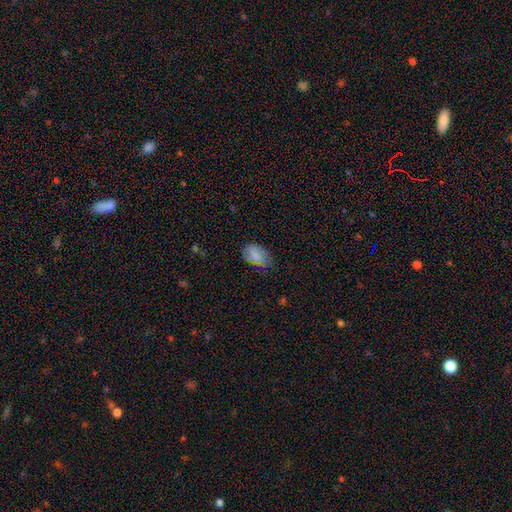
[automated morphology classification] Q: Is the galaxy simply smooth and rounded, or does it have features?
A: smooth — 73%.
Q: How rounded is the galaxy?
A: in between — 89%.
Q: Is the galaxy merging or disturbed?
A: none — 62%.